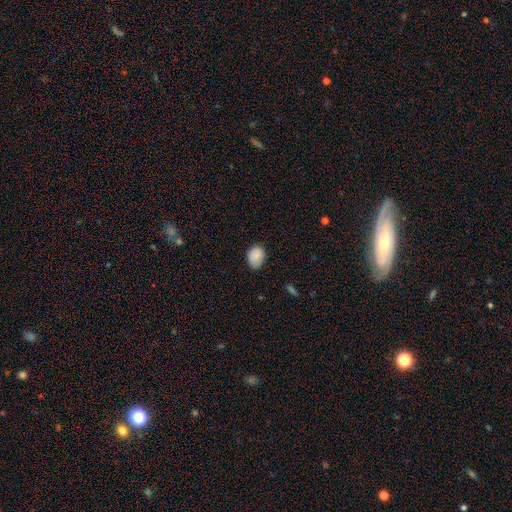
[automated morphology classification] smooth_or_featured: smooth (p=0.87) [alt: star or artifact p=0.08]
how_rounded: in between (p=0.66) [alt: round p=0.33]
merging: none (p=0.74) [alt: minor disturbance p=0.22]